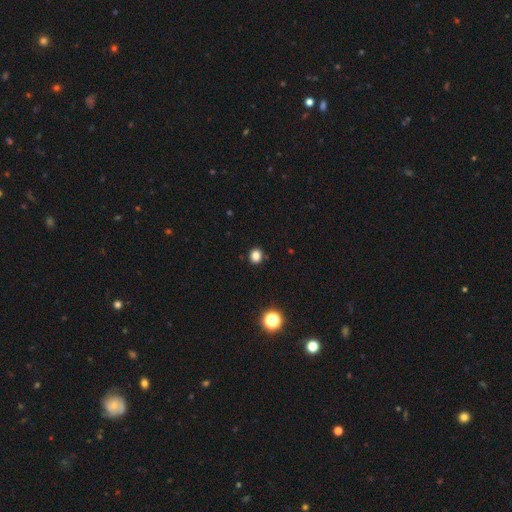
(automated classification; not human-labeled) A smooth galaxy with no disk features (83%) that is round (74%). Merging: none (89%).